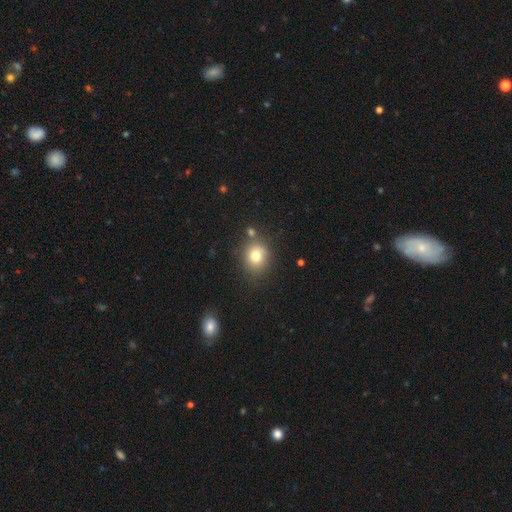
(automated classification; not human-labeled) Morphology: type=smooth (76%); roundness=round (71%); merging=none (71%).